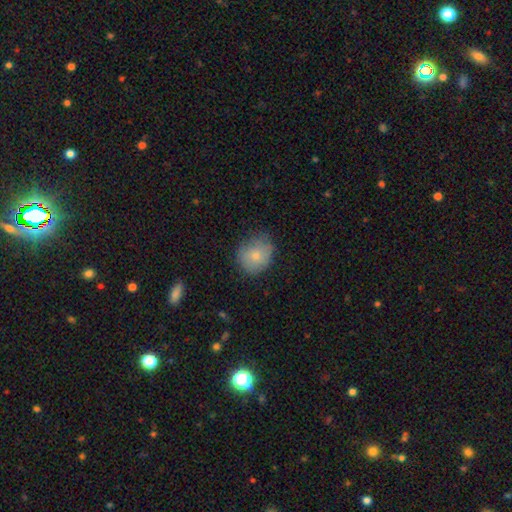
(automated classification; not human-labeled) A smooth galaxy with no disk features (76%) that is round (73%).

Vote fractions:
- Smooth or featured? smooth: 76% / featured or disk: 15% / star or artifact: 8%
- How rounded? round: 73% / in between: 27% / cigar-shaped: 1%
- Merging? none: 66% / minor disturbance: 26% / major disturbance: 7% / merger: 1%